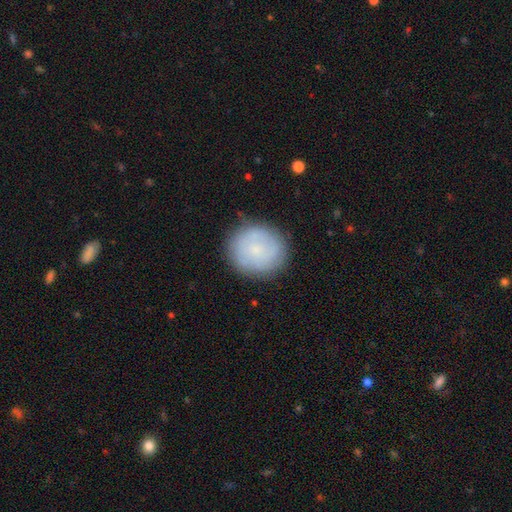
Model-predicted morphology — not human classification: A smooth galaxy with no disk features (64%) that is round (83%).

Vote fractions:
- Smooth or featured? smooth: 64% / featured or disk: 28% / star or artifact: 8%
- How rounded? round: 83% / in between: 16% / cigar-shaped: 1%
- Merging? none: 80% / minor disturbance: 14% / major disturbance: 5% / merger: 2%